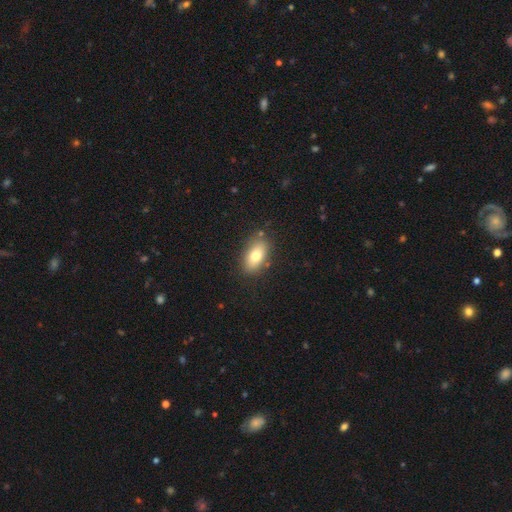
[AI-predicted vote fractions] Smooth or featured: smooth — 75% (featured or disk — 17%)
How rounded: in between — 89% (round — 7%)
Merging: none — 81% (minor disturbance — 12%)